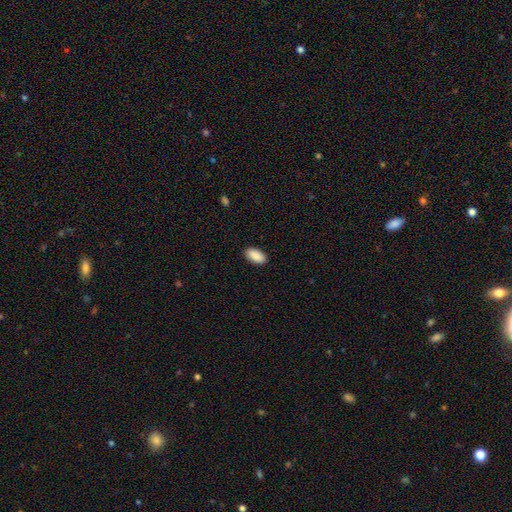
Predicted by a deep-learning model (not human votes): smooth-or-featured: smooth: 91% | star or artifact: 6% | featured or disk: 3%
  how-rounded: in between: 95% | cigar-shaped: 3% | round: 3%
  merging: none: 90% | minor disturbance: 8% | major disturbance: 2% | merger: 1%